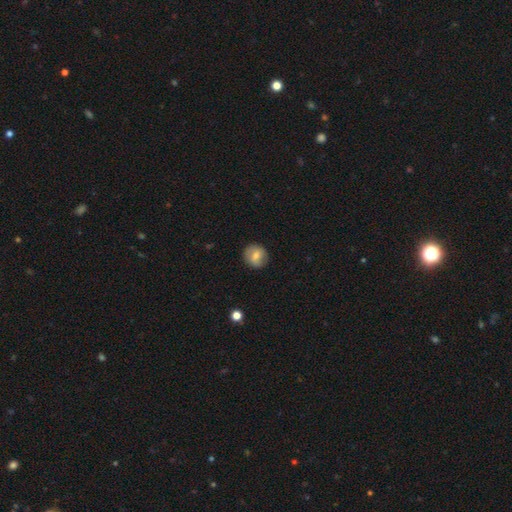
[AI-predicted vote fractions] The model was most divided on "smooth or featured": smooth: 66%, featured or disk: 25%, star or artifact: 8%. More confident: merging — none (87%); how rounded — round (86%).